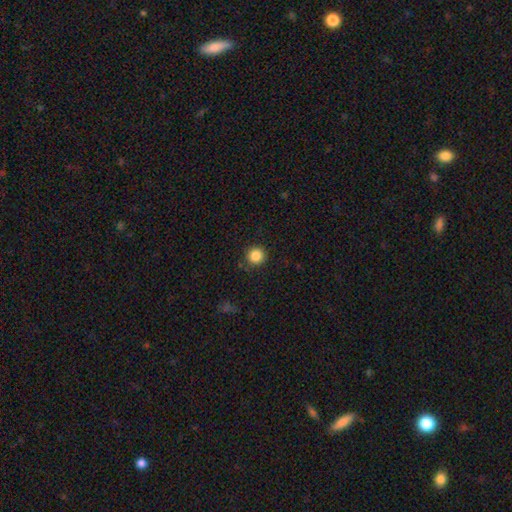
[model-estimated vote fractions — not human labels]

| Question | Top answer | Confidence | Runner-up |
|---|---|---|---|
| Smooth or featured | smooth | 86% | star or artifact (11%) |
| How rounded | round | 95% | in between (4%) |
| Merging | none | 90% | minor disturbance (6%) |